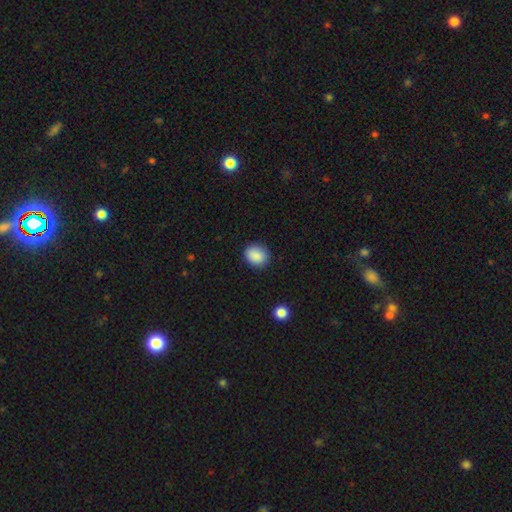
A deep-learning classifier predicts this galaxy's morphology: smooth-or-featured: smooth: 88% | star or artifact: 8% | featured or disk: 3%
  how-rounded: round: 67% | in between: 32% | cigar-shaped: 1%
  merging: none: 86% | minor disturbance: 10% | major disturbance: 2% | merger: 1%